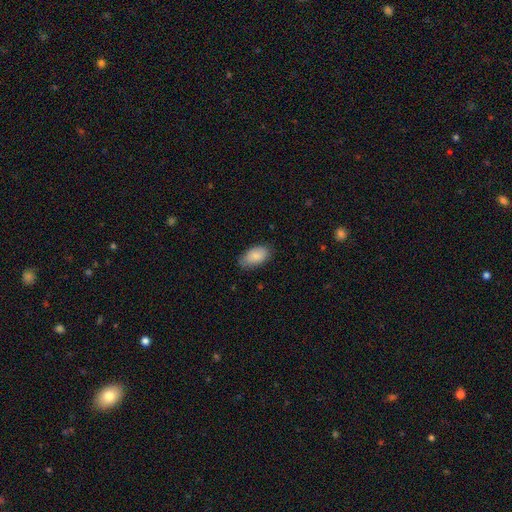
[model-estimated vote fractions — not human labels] Overall: smooth (87%). How rounded: in between (94%). Merging: none (78%).